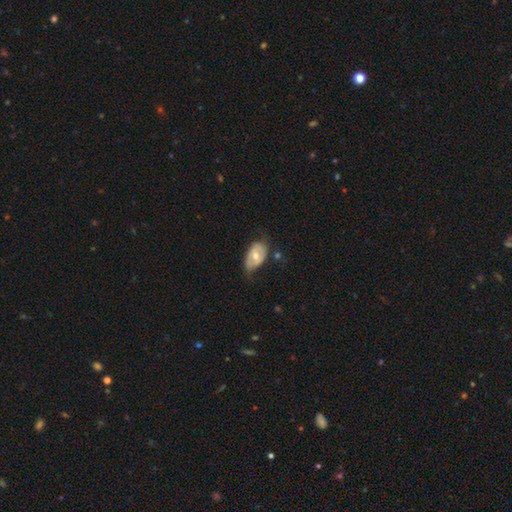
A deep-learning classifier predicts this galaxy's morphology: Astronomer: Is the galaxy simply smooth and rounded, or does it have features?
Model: smooth — 50% (runner-up: featured or disk, 44%).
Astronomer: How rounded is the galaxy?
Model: in between — 89%.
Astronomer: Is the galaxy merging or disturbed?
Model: none — 51% (runner-up: minor disturbance, 34%).